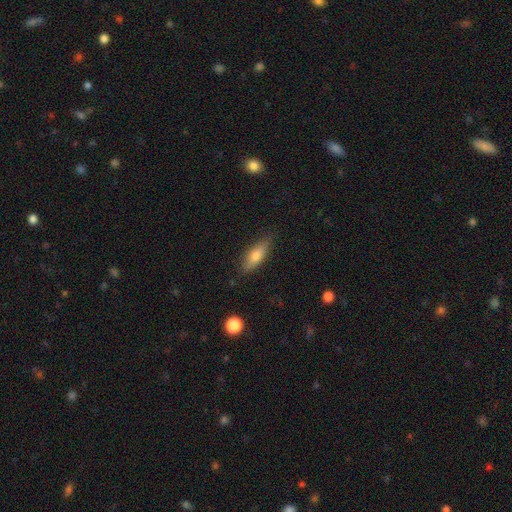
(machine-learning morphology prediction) The model was most divided on "how rounded": in between: 49%, cigar-shaped: 48%, round: 3%. More confident: merging — none (82%); smooth or featured — smooth (65%).